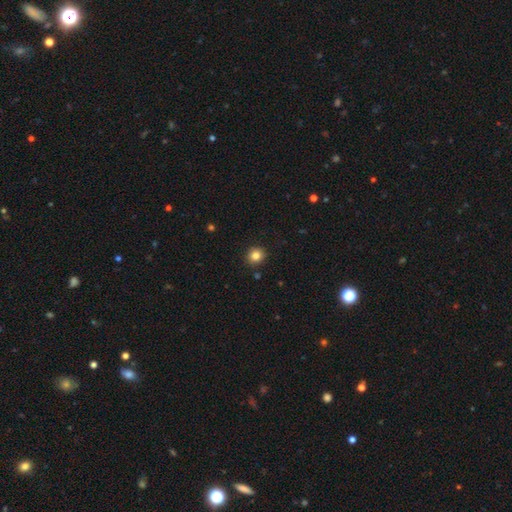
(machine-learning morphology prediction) Smooth or featured? Predicted: smooth (p=0.83). How rounded? Predicted: round (p=0.86). Merging? Predicted: none (p=0.90).